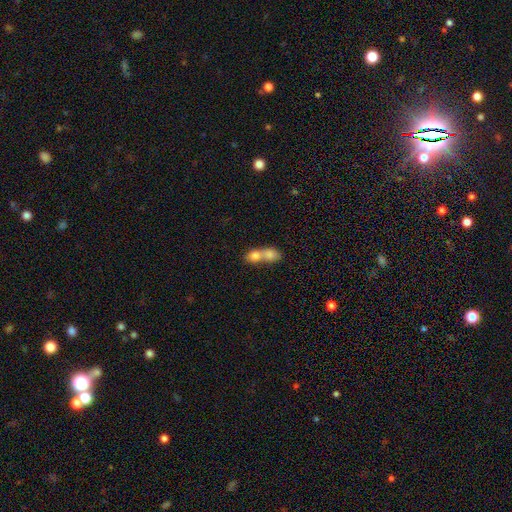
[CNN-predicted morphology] The model was most divided on "how rounded": in between: 54%, round: 42%, cigar-shaped: 3%. More confident: merging — merger (78%); smooth or featured — smooth (77%).